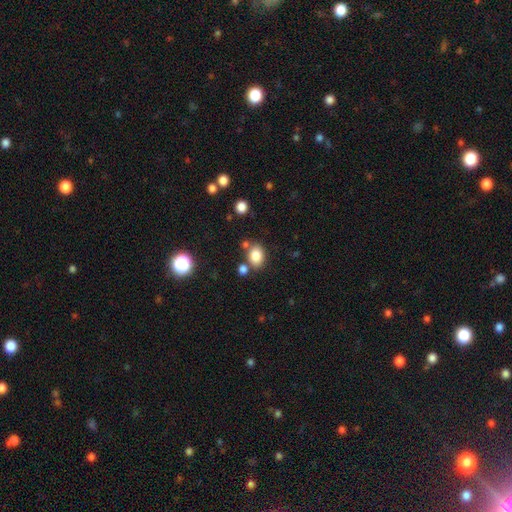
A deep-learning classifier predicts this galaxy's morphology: Smooth or featured? smooth (83%)
How rounded? in between (68%)
Merging? none (70%)